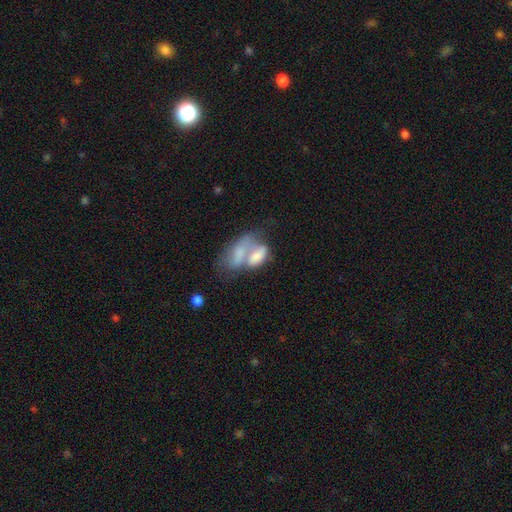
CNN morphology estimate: smooth 61%, featured or disk 30%, star or artifact 9%. Down the decision tree: how rounded — in between (89%); merging — merger (72%).